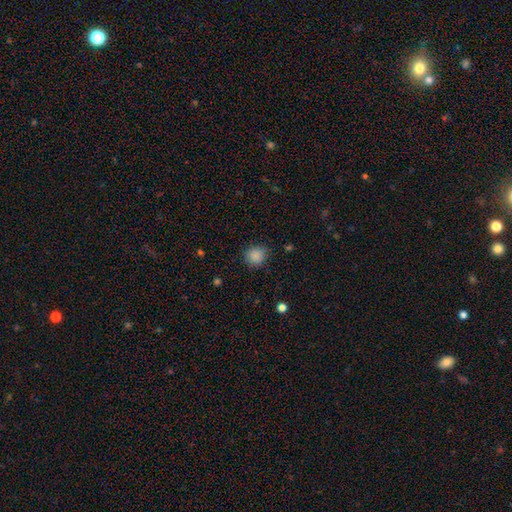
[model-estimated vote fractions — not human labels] smooth_or_featured: smooth (p=0.85) [alt: star or artifact p=0.11]
how_rounded: round (p=0.85) [alt: in between p=0.14]
merging: none (p=0.82) [alt: minor disturbance p=0.13]